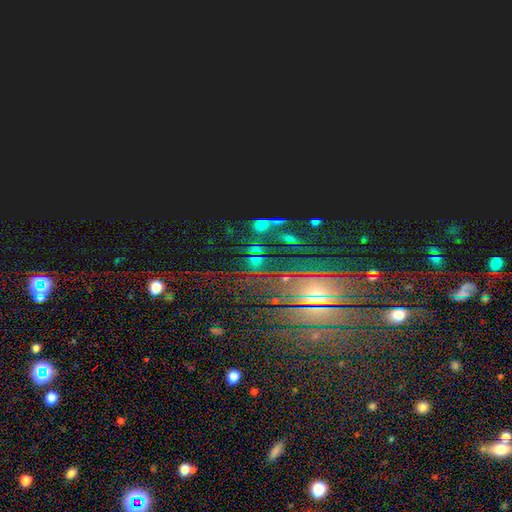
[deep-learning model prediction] This is likely a star or artifact rather than a galaxy (69%).